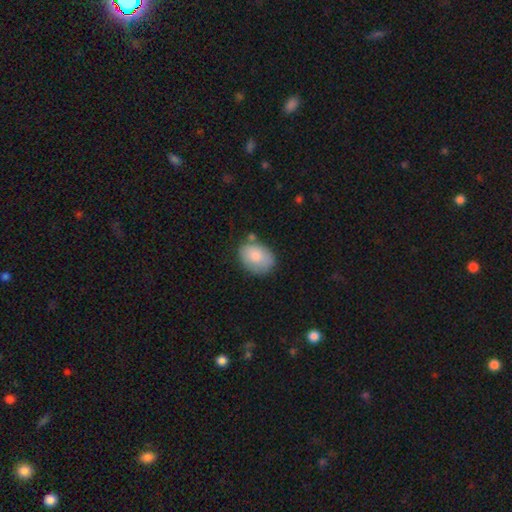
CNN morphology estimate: Overall: smooth (80%). How rounded: in between (70%). Merging: none (67%).